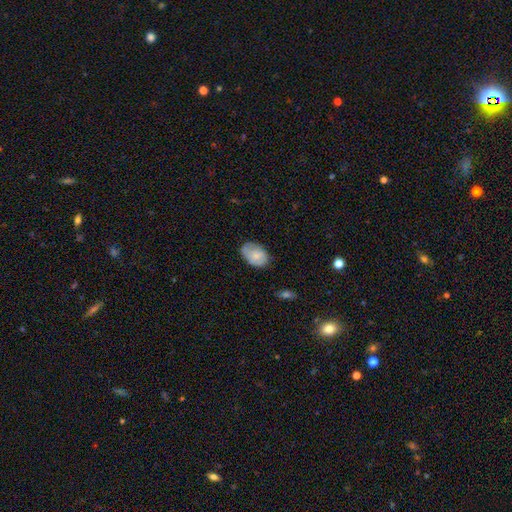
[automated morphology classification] Smooth or featured: smooth — 73% (featured or disk — 20%)
How rounded: in between — 85% (round — 14%)
Merging: none — 61% (minor disturbance — 30%)